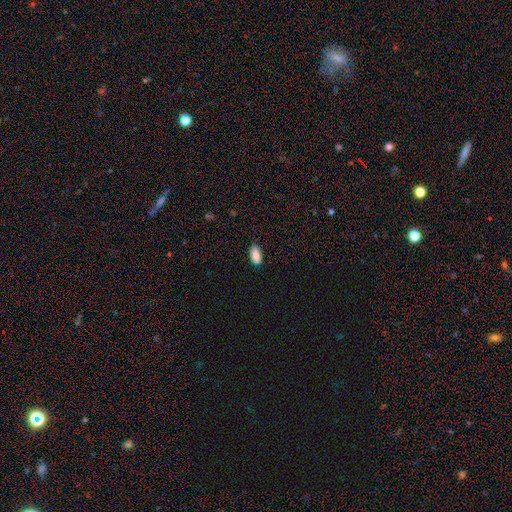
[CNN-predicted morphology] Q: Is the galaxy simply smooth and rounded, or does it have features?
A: smooth — 87%.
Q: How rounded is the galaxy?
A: in between — 92%.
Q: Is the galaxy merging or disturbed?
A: none — 79%.